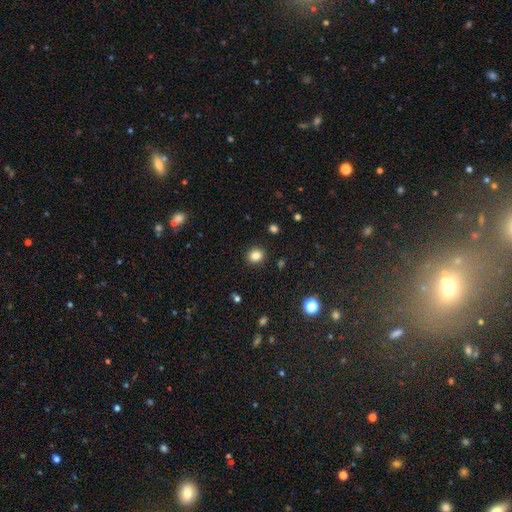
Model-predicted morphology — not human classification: smooth 84%, star or artifact 11%, featured or disk 5%. Down the decision tree: how rounded — round (77%); merging — none (91%).